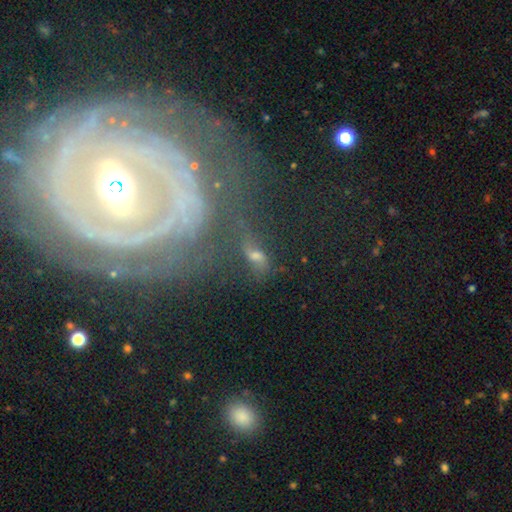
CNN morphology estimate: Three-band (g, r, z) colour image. It shows a featured or disk galaxy (37%). Merging: none (46%).